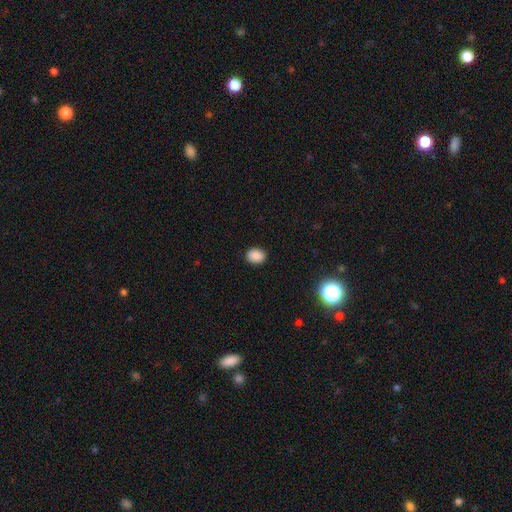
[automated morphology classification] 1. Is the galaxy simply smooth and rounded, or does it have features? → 88% smooth, 9% star or artifact, 3% featured or disk.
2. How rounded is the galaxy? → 63% in between, 36% round, 1% cigar-shaped.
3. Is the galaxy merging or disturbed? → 89% none, 8% minor disturbance, 2% major disturbance, 1% merger.